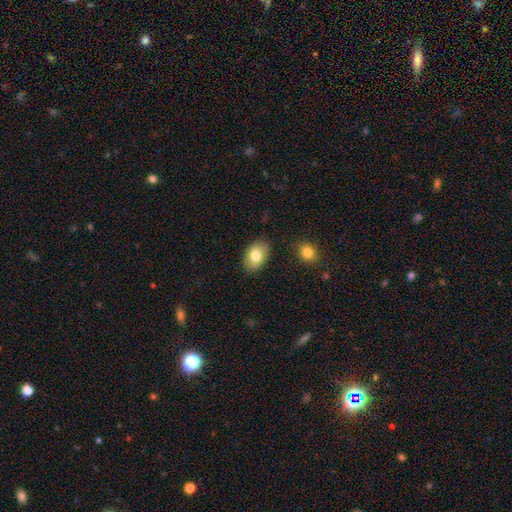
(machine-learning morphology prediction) Smooth or featured: smooth — 80% (featured or disk — 13%)
How rounded: in between — 88% (round — 11%)
Merging: none — 86% (minor disturbance — 10%)